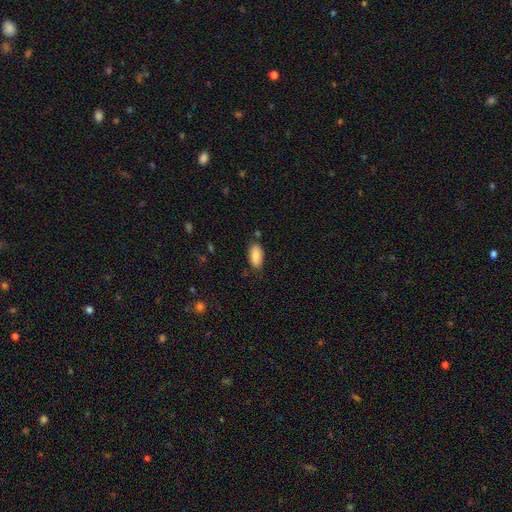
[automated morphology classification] smooth-or-featured: smooth: 87% | star or artifact: 7% | featured or disk: 6%
  how-rounded: in between: 91% | cigar-shaped: 7% | round: 2%
  merging: none: 78% | minor disturbance: 16% | major disturbance: 3% | merger: 3%